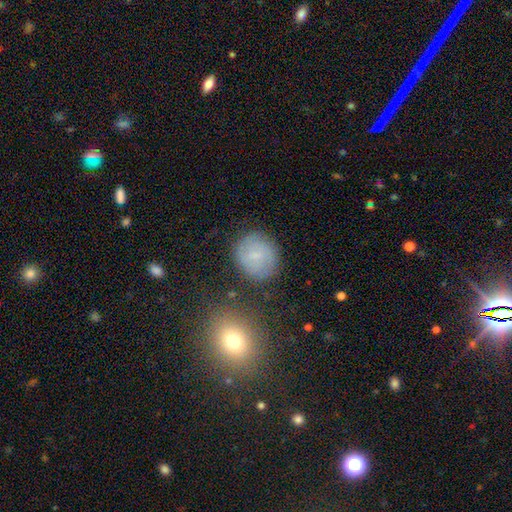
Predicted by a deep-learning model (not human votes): This is likely a smooth galaxy (67%). How rounded: clearly round (83%). Merging: clearly none (80%).